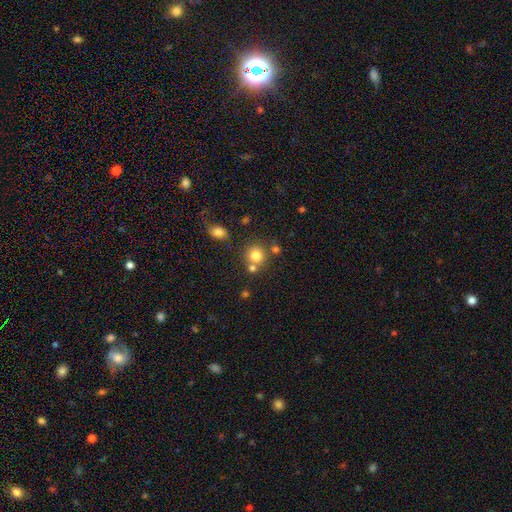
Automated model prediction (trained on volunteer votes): Smooth or featured? Predicted: smooth (p=0.79). How rounded? Predicted: round (p=0.87). Merging? Predicted: none (p=0.65).